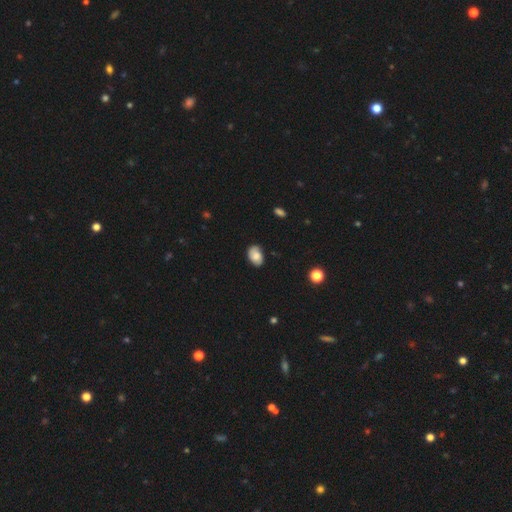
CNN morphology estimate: Smooth or featured? Predicted: smooth (p=0.76). How rounded? Predicted: in between (p=0.86). Merging? Predicted: none (p=0.76).